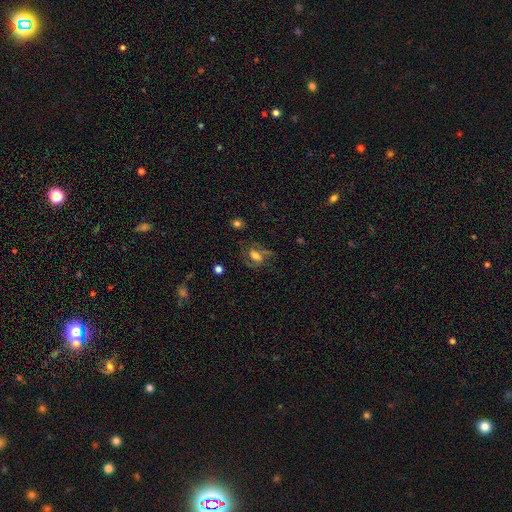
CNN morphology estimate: This appears to be a featured or disk galaxy (53%). Merging: none (54%).